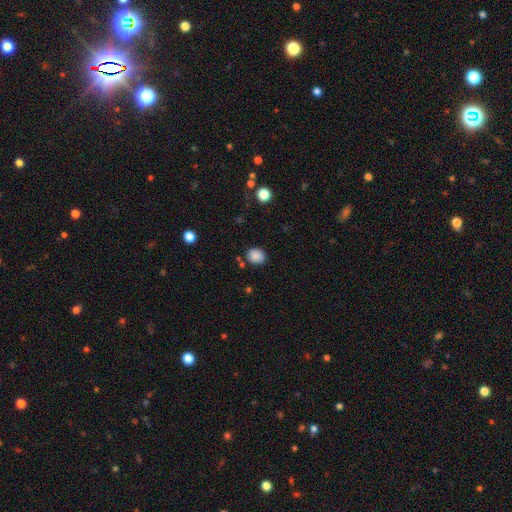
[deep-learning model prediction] The model was most divided on "how rounded": round: 57%, in between: 42%, cigar-shaped: 1%. More confident: smooth or featured — smooth (87%); merging — none (81%).